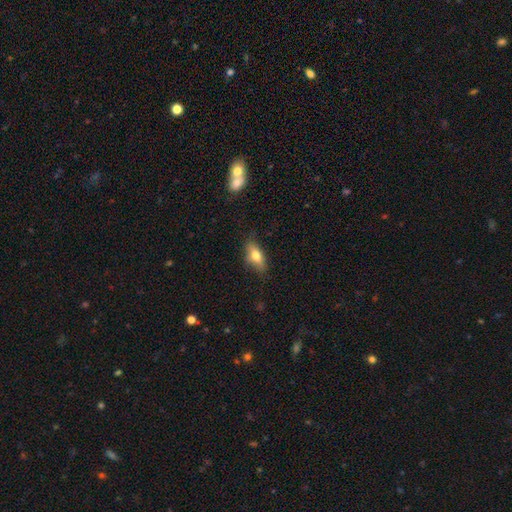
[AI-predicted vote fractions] smooth 66%, featured or disk 27%, star or artifact 7%. Down the decision tree: how rounded — in between (73%); merging — none (78%).